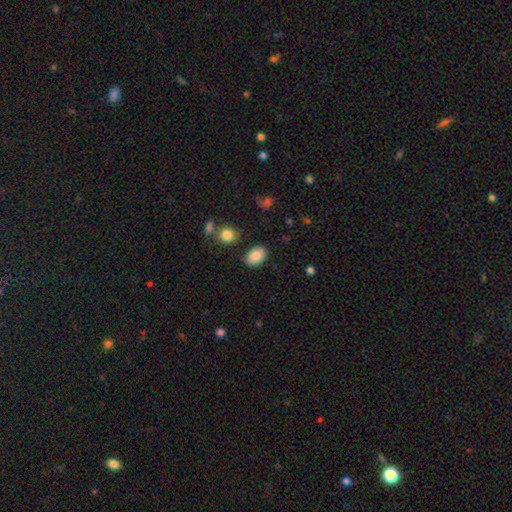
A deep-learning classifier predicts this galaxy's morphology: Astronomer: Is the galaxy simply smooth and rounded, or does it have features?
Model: smooth — 87%.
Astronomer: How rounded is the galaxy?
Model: in between — 84%.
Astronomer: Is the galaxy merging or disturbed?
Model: none — 83%.